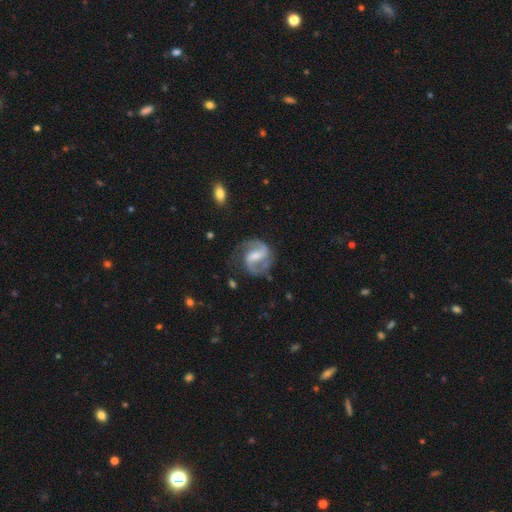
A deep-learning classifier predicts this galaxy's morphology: smooth_or_featured: featured or disk (p=0.85) [alt: smooth p=0.10]
disk_edge_on: no (p=0.98) [alt: yes p=0.02]
bar: weak (p=0.45) [alt: strong p=0.39]
has_spiral_arms: yes (p=0.96) [alt: no p=0.04]
spiral_winding: medium (p=0.56) [alt: loose p=0.26]
spiral_arm_count: 2 (p=0.90) [alt: can't tell p=0.03]
bulge_size: small (p=0.41) [alt: moderate p=0.39]
merging: none (p=0.71) [alt: minor disturbance p=0.17]